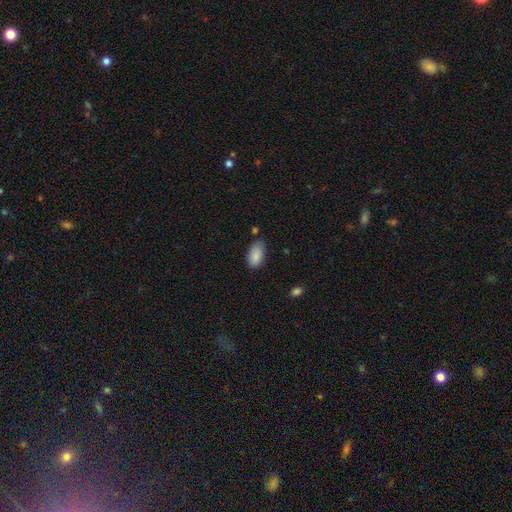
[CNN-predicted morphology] type=smooth (89%); roundness=in between (94%); merging=none (71%).